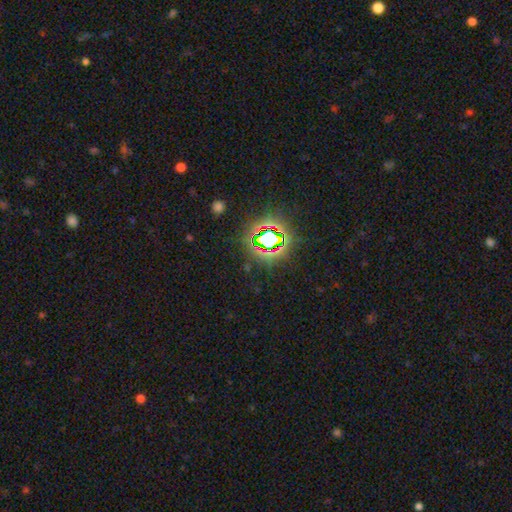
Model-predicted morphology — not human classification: Smooth or featured? star or artifact (80%)